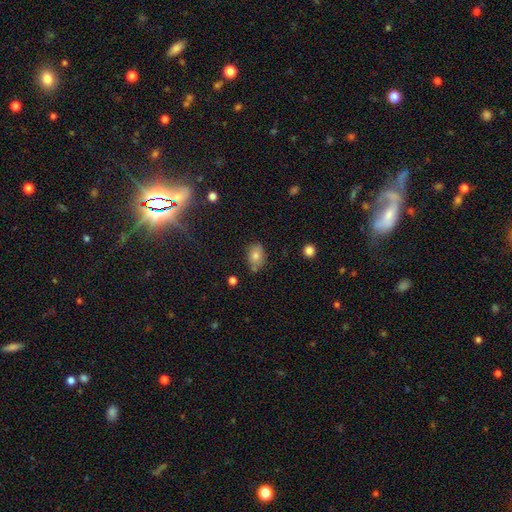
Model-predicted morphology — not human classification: This is likely a smooth galaxy (77%). How rounded: likely in between (66%). Merging: likely none (72%).